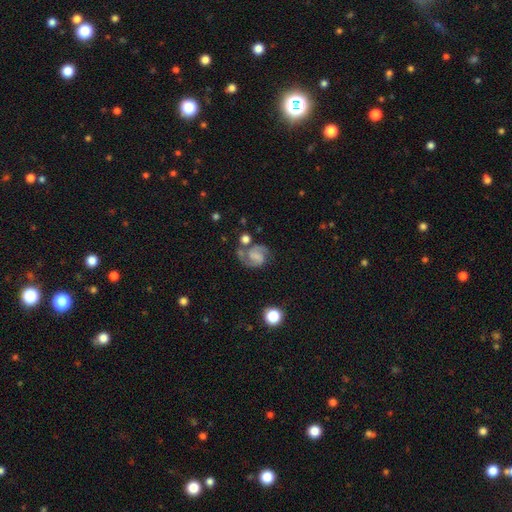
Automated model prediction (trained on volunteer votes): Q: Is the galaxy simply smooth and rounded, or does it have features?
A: featured or disk — 80%.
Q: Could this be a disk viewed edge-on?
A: no — 98%.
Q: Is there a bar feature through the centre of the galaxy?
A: weak — 44%.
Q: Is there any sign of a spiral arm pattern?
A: yes — 95%.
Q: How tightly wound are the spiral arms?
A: medium — 55%.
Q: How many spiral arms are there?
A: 2 — 90%.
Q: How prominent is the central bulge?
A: none — 56%.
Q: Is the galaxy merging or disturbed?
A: none — 62%.